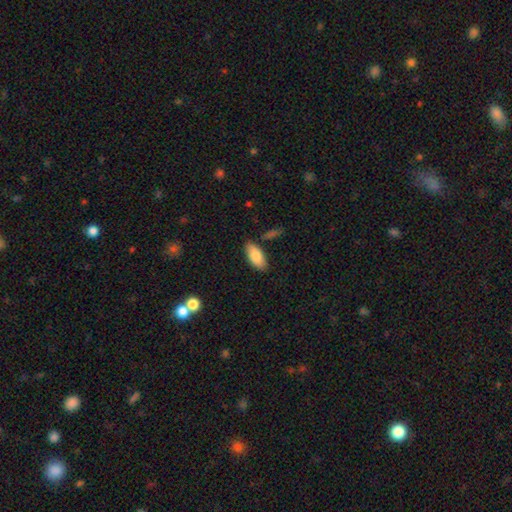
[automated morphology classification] The model was most divided on "merging": none: 82%, minor disturbance: 11%, merger: 4%, major disturbance: 2%. More confident: how rounded — in between (90%); smooth or featured — smooth (84%).